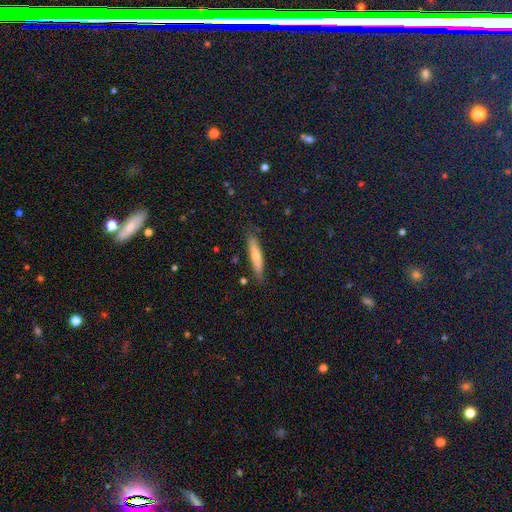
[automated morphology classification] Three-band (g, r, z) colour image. It shows a smooth galaxy with no disk features (57%) that is cigar-shaped (89%). Merging: none (84%).